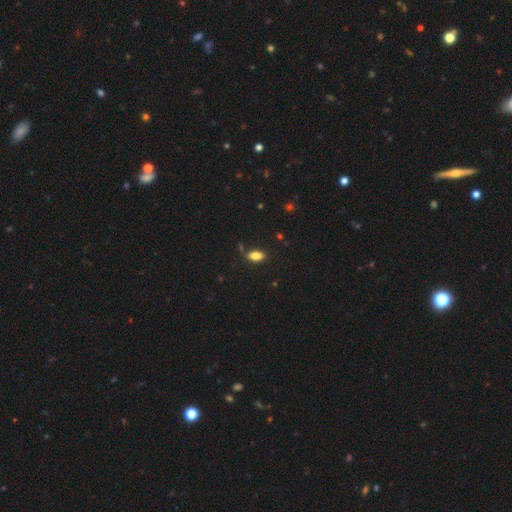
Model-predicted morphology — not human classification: The model was most divided on "merging": none: 80%, minor disturbance: 14%, merger: 4%, major disturbance: 3%. More confident: how rounded — in between (88%); smooth or featured — smooth (82%).